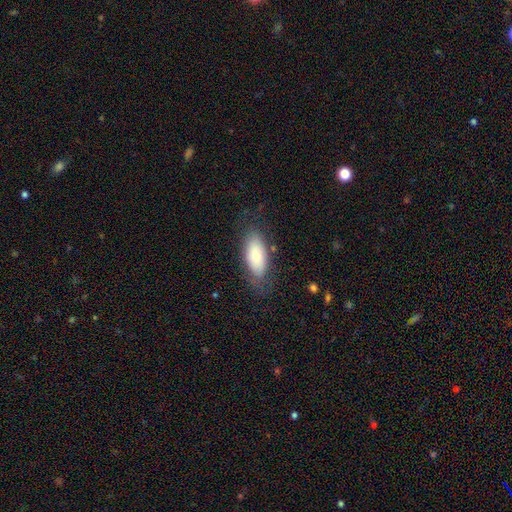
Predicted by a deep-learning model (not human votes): A smooth galaxy with no disk features (72%) that is in between round and cigar-shaped (86%). Merging: none (73%).